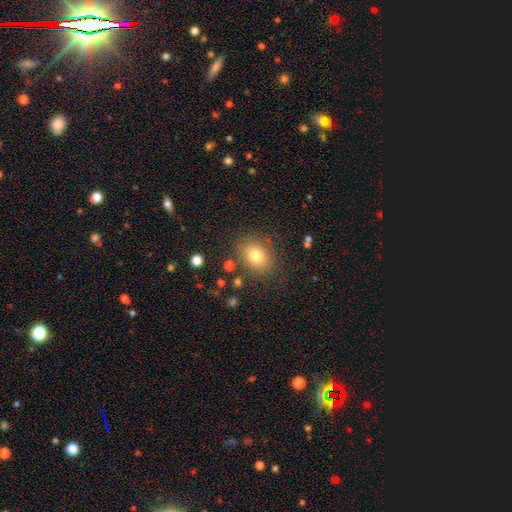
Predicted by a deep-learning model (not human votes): A smooth galaxy with no disk features (78%) that is round (51%). Merging: none (81%).